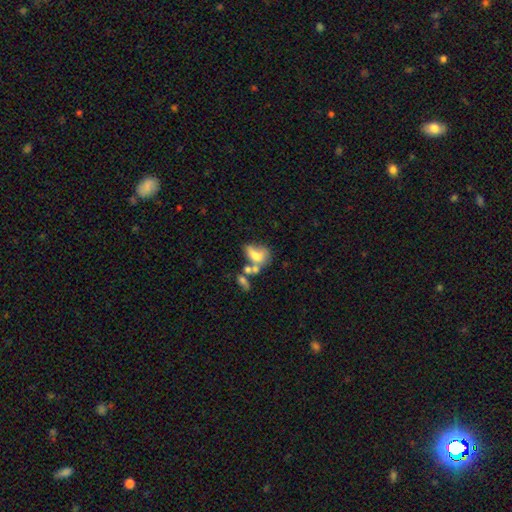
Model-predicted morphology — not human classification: This is likely a smooth galaxy (61%). How rounded: likely in between (79%). Merging: marginally merger (43%).